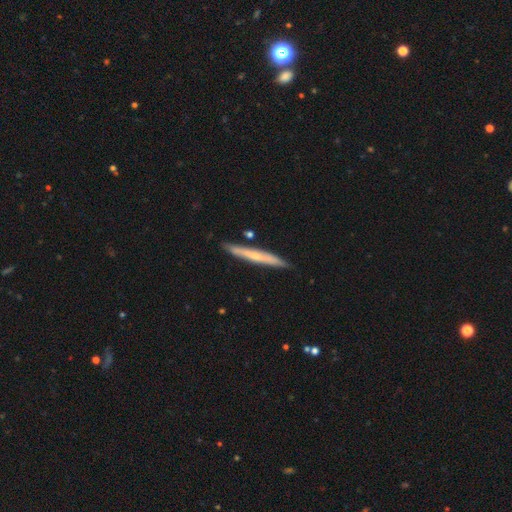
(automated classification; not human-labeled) A featured or disk galaxy (52%) viewed edge-on (94%). Merging: none (88%).